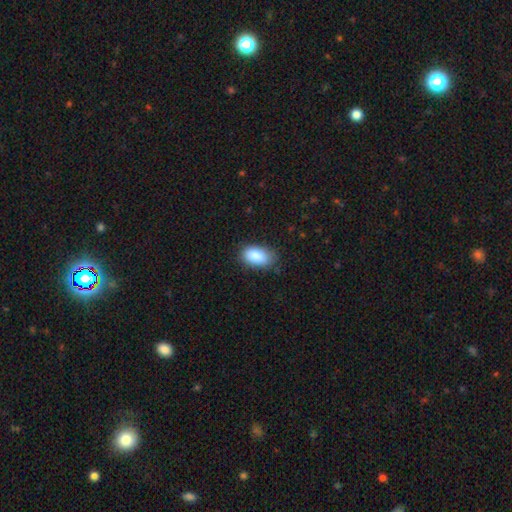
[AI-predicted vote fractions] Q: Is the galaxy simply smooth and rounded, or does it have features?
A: smooth — 88%.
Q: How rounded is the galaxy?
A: in between — 93%.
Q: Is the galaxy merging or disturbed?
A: none — 76%.